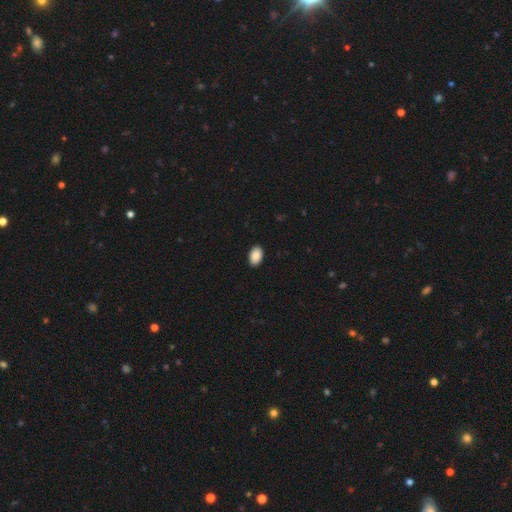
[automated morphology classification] Smooth or featured?
  - smooth: 89% *
  - star or artifact: 7%
  - featured or disk: 4%
How rounded?
  - in between: 90% *
  - round: 9%
  - cigar-shaped: 1%
Merging?
  - none: 91% *
  - minor disturbance: 7%
  - major disturbance: 2%
  - merger: 1%